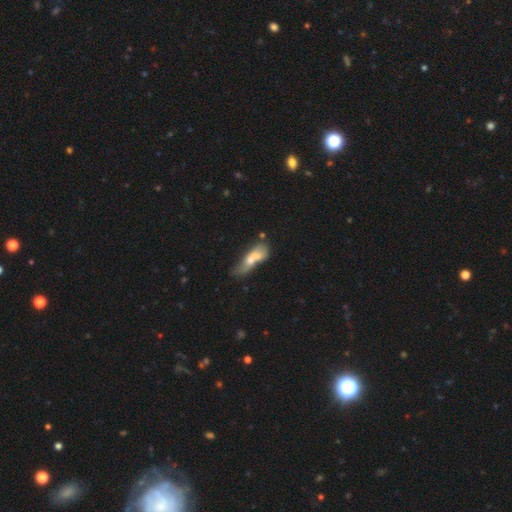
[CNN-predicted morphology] This appears to be a smooth galaxy with no disk features (56%) that is in between round and cigar-shaped (52%). Merging: merger (48%).